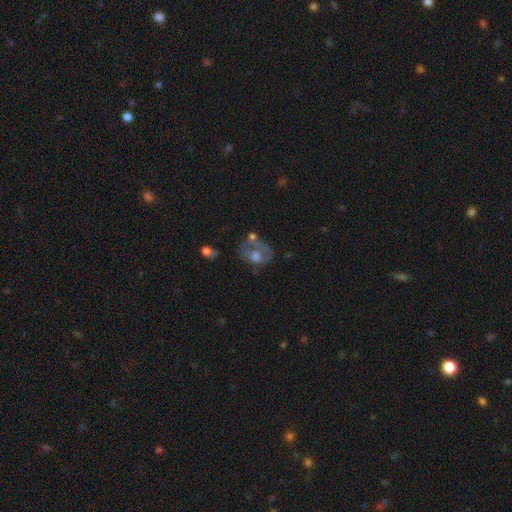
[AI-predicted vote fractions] Smooth or featured: featured or disk — 51% (smooth — 37%)
Edge-on disk: no — 96% (yes — 4%)
Merging: none — 39% (major disturbance — 25%)